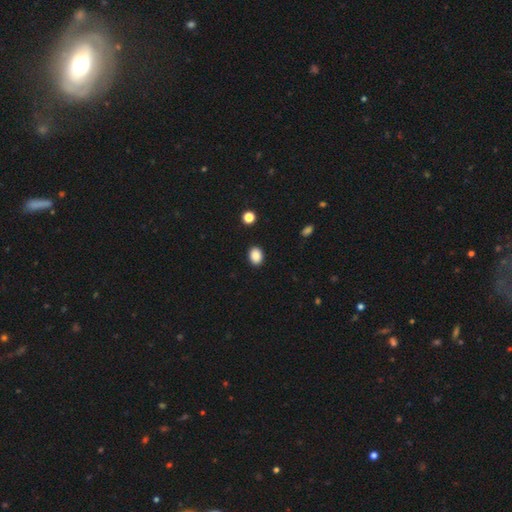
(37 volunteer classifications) Smooth or featured: smooth — 95% (star or artifact — 5%)
How rounded: in between — 71% (round — 29%)
Merging: none — 91% (minor disturbance — 9%)